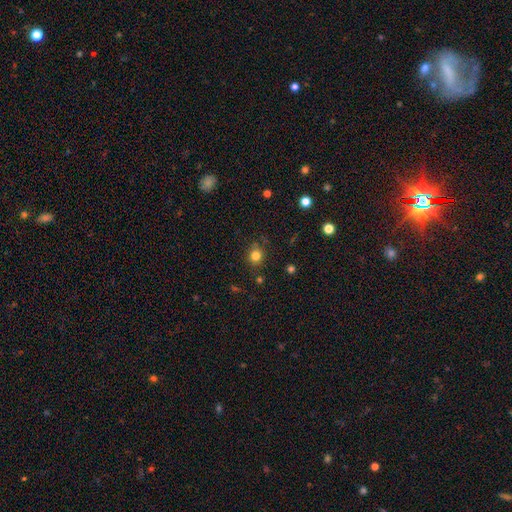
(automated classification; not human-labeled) This is clearly a smooth galaxy (81%). How rounded: likely round (76%). Merging: clearly none (81%).